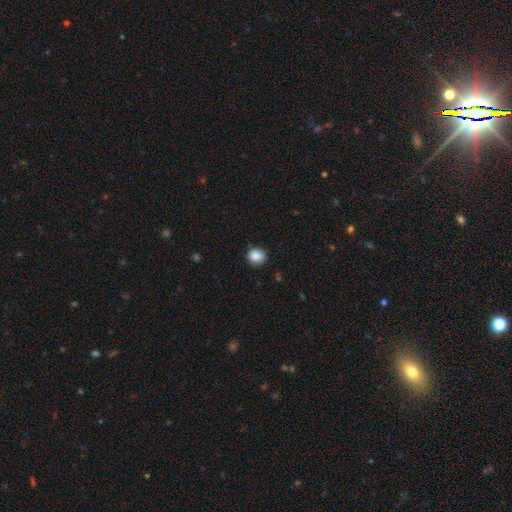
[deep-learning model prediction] Q: Smooth or featured?
A: smooth (87%); runner-up: star or artifact (9%)
Q: How rounded?
A: round (81%); runner-up: in between (18%)
Q: Merging?
A: none (79%); runner-up: minor disturbance (17%)